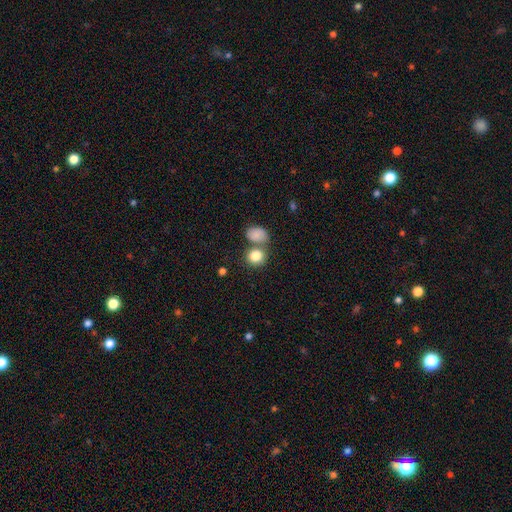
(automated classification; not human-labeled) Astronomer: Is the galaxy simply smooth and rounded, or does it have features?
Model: smooth — 84%.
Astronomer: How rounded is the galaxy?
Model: round — 69%.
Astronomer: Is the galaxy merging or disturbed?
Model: none — 55% (runner-up: merger, 30%).